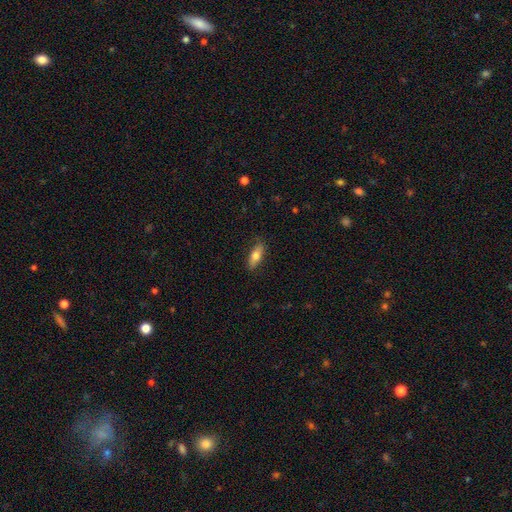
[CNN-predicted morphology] Smooth or featured: smooth — 71% (featured or disk — 23%)
How rounded: in between — 68% (cigar-shaped — 29%)
Merging: none — 82% (minor disturbance — 15%)